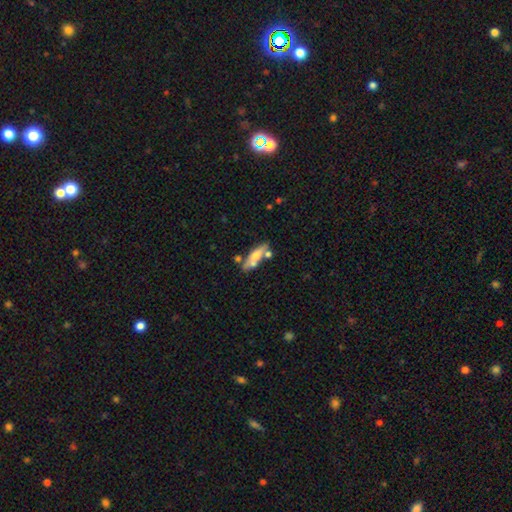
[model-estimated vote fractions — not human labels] Q: Smooth or featured?
A: smooth (47%); runner-up: featured or disk (46%)
Q: Merging?
A: none (59%); runner-up: merger (19%)